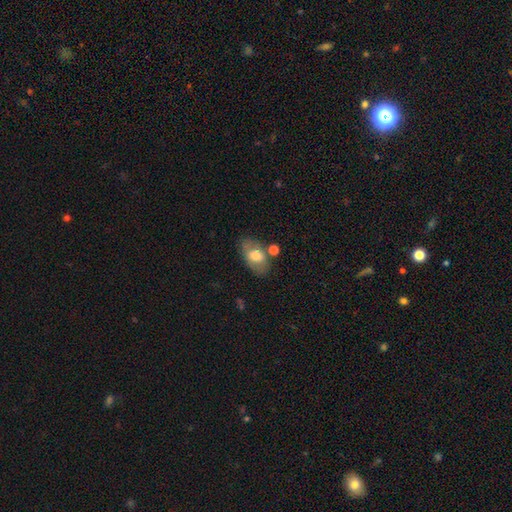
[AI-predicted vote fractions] This is likely a smooth galaxy (64%). How rounded: clearly in between (89%). Merging: likely none (65%).